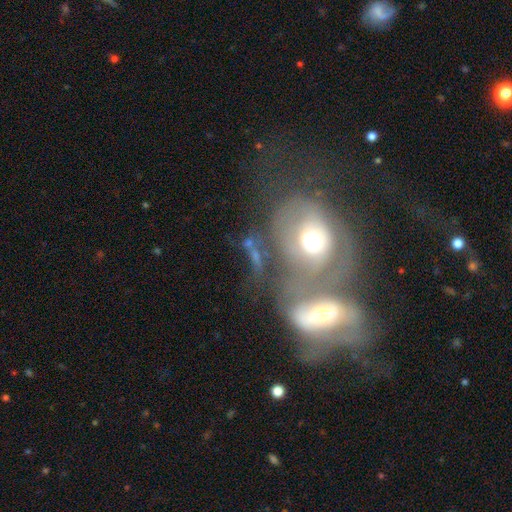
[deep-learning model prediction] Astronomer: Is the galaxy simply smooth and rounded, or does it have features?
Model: featured or disk — 49% (runner-up: smooth, 39%).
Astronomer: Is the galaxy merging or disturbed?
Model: merger — 55%.